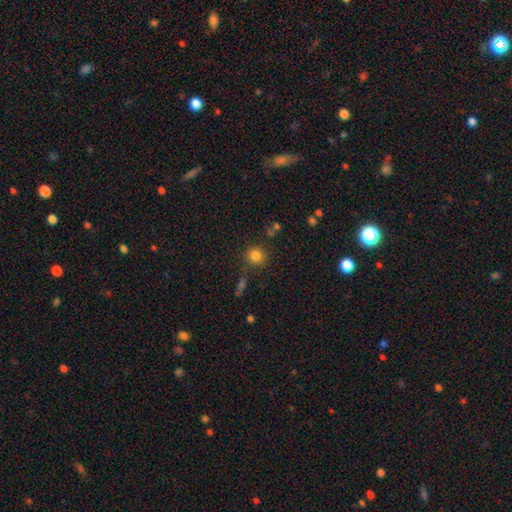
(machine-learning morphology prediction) A smooth galaxy with no disk features (81%) that is round (89%).

Vote fractions:
- Smooth or featured? smooth: 81% / star or artifact: 13% / featured or disk: 6%
- How rounded? round: 89% / in between: 10% / cigar-shaped: 1%
- Merging? none: 82% / minor disturbance: 9% / merger: 5% / major disturbance: 4%